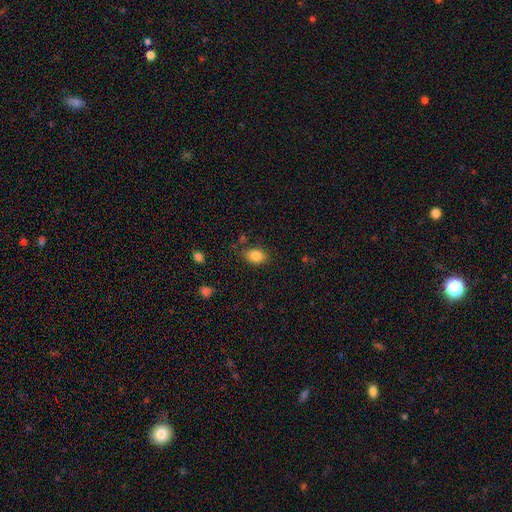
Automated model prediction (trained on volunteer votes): Smooth or featured?
  - smooth: 85% *
  - star or artifact: 9%
  - featured or disk: 6%
How rounded?
  - in between: 78% *
  - round: 20%
  - cigar-shaped: 1%
Merging?
  - none: 80% *
  - minor disturbance: 14%
  - major disturbance: 4%
  - merger: 3%